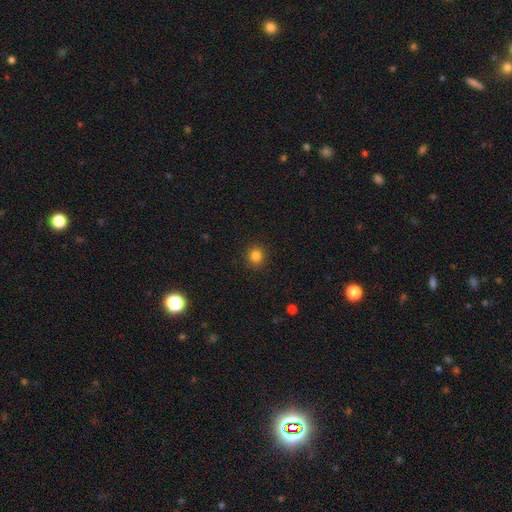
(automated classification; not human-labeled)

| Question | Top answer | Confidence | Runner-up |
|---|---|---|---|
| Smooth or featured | smooth | 83% | star or artifact (13%) |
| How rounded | round | 89% | in between (11%) |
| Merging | none | 91% | minor disturbance (6%) |